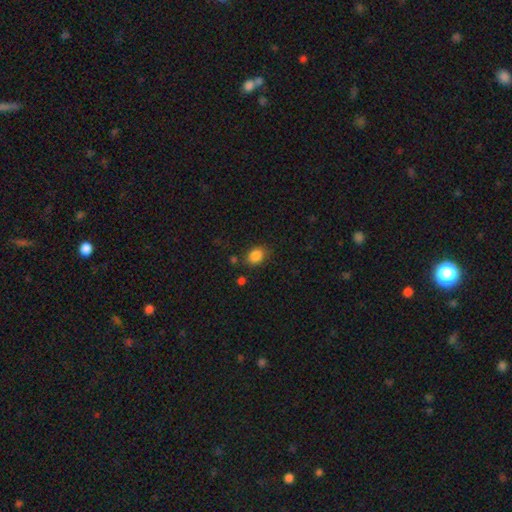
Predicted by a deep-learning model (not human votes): Smooth or featured? Predicted: smooth (p=0.86). How rounded? Predicted: in between (p=0.65). Merging? Predicted: none (p=0.76).